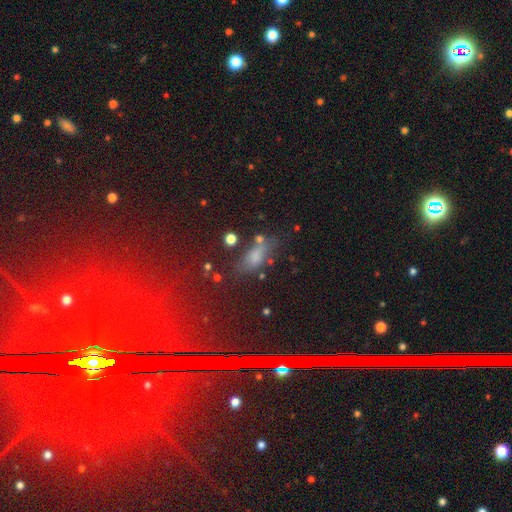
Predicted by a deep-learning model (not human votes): Q: Smooth or featured?
A: smooth (67%); runner-up: star or artifact (18%)
Q: How rounded?
A: in between (70%); runner-up: cigar-shaped (21%)
Q: Merging?
A: none (54%); runner-up: minor disturbance (22%)